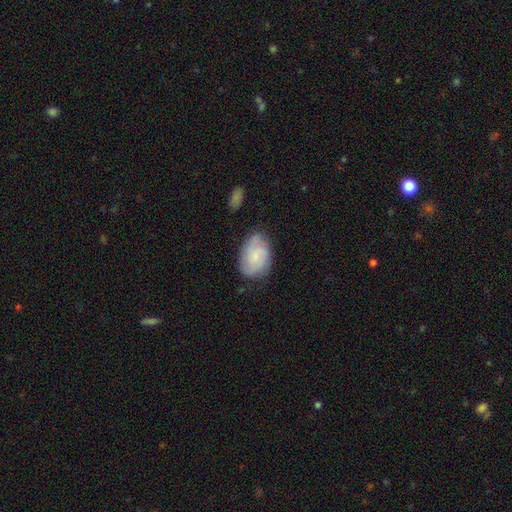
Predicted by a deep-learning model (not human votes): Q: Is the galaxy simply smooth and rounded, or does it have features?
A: smooth — 49%.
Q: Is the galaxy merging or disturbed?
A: none — 62%.